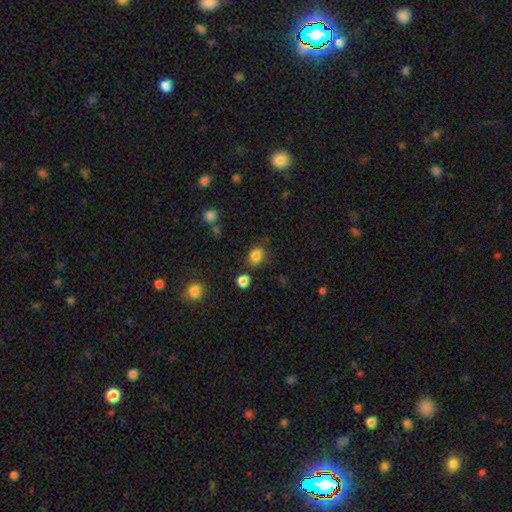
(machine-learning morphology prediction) smooth 83%, star or artifact 12%, featured or disk 5%. Down the decision tree: how rounded — in between (54%); merging — none (72%).